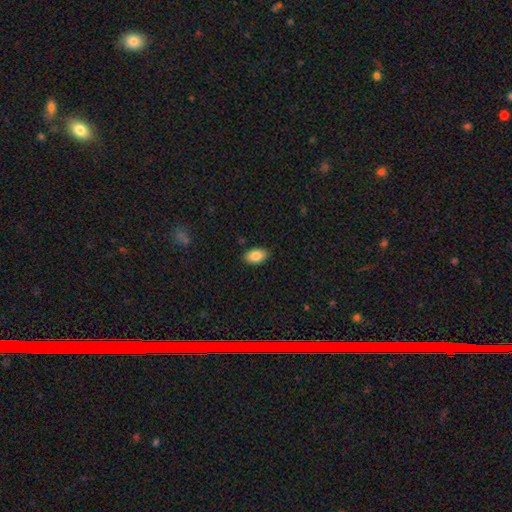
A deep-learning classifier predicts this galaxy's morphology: This appears to be a smooth galaxy with no disk features (87%) that is in between round and cigar-shaped (93%). Merging: none (87%).